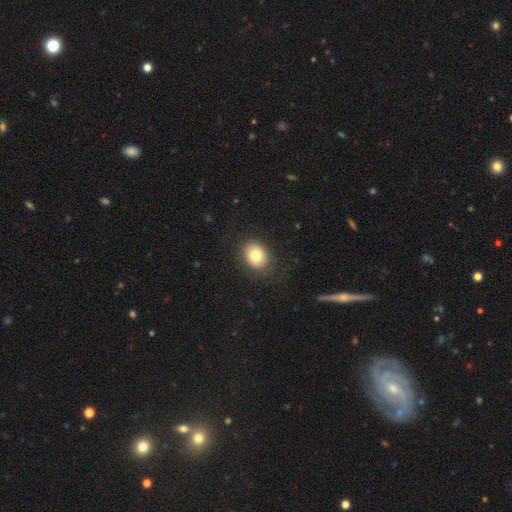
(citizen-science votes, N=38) This is clearly a smooth galaxy (82%). How rounded: likely in between (61%). Merging: likely none (77%).